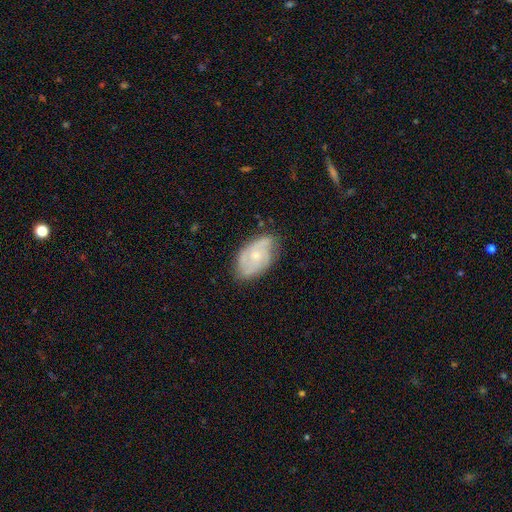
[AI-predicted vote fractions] featured or disk 71%, smooth 23%, star or artifact 6%. Down the decision tree: edge-on disk — no (97%); bar — no (73%); spiral arms — yes (90%); spiral arm count — 2 (38%); spiral winding — tight (45%); bulge size — small (54%); merging — none (70%).